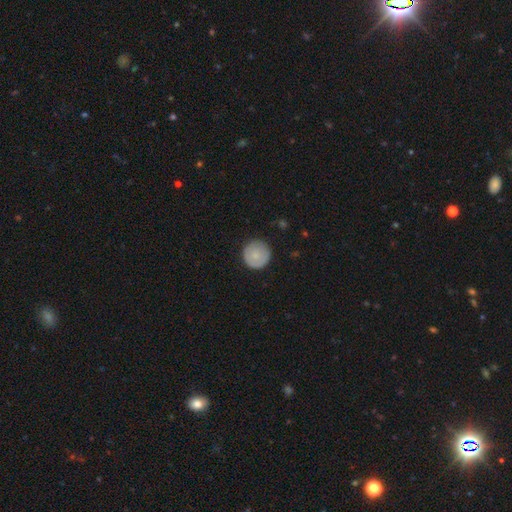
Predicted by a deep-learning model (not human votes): Q: Smooth or featured?
A: smooth (81%); runner-up: featured or disk (13%)
Q: How rounded?
A: round (96%); runner-up: in between (3%)
Q: Merging?
A: none (87%); runner-up: minor disturbance (10%)